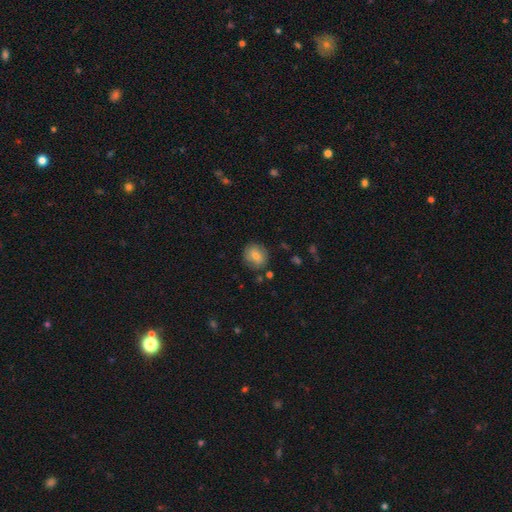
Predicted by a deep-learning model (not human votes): Smooth or featured? smooth (72%)
How rounded? round (77%)
Merging? none (80%)